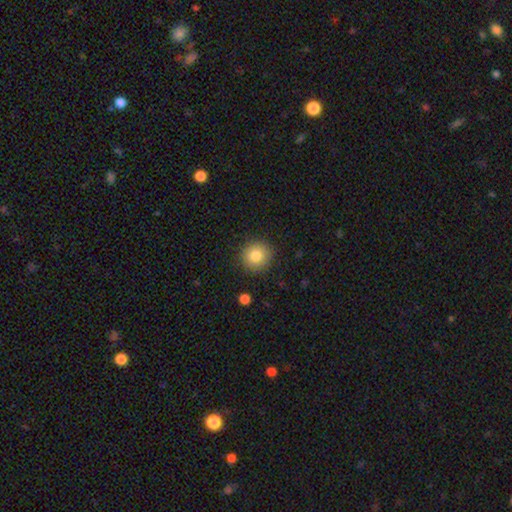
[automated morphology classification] This appears to be a smooth galaxy with no disk features (83%) that is round (92%). Merging: none (90%).